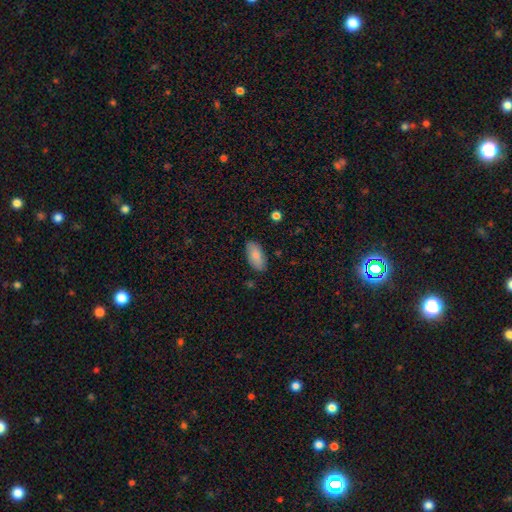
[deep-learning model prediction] smooth 84%, featured or disk 10%, star or artifact 6%. Down the decision tree: how rounded — in between (93%); merging — none (85%).